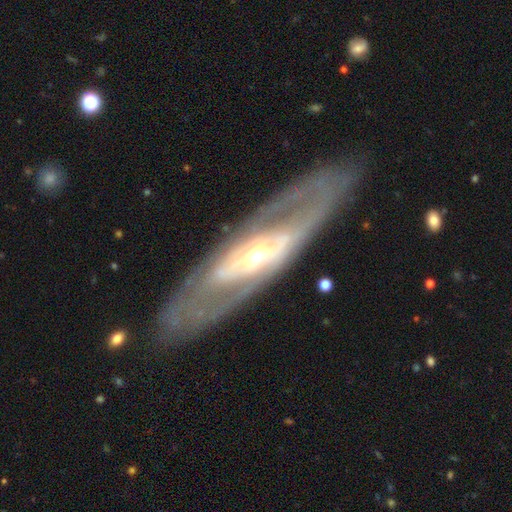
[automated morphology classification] A featured or disk galaxy (80%) with no bar (51%), spiral arms (51%) and a moderate central bulge (54%).

Vote fractions:
- Smooth or featured? featured or disk: 80% / smooth: 15% / star or artifact: 5%
- Edge-on disk? no: 76% / yes: 24%
- Bar? no: 51% / weak: 27% / strong: 22%
- Spiral arms? yes: 51% / no: 49%
- Bulge size? moderate: 54% / small: 36% / large: 8% / dominant: 1% / none: 1%
- Merging? none: 83% / minor disturbance: 10% / major disturbance: 5% / merger: 1%